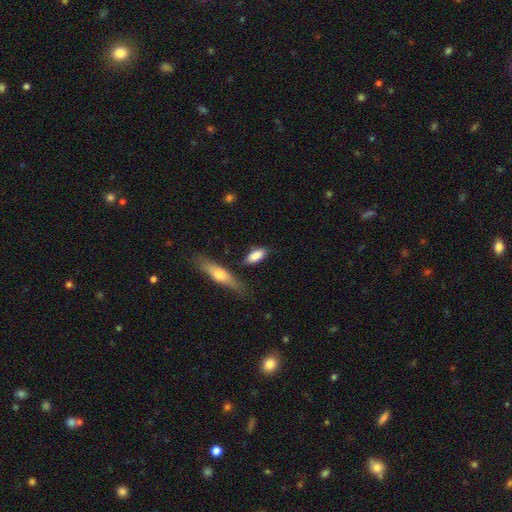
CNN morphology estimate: smooth 83%, featured or disk 11%, star or artifact 6%. Down the decision tree: how rounded — in between (77%); merging — none (74%).